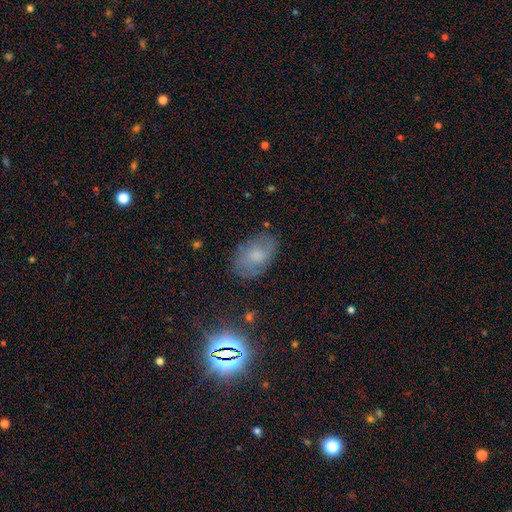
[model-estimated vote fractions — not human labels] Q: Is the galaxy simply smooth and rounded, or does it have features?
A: smooth — 55%.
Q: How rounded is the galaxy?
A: in between — 87%.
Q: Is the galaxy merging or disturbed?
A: none — 74%.